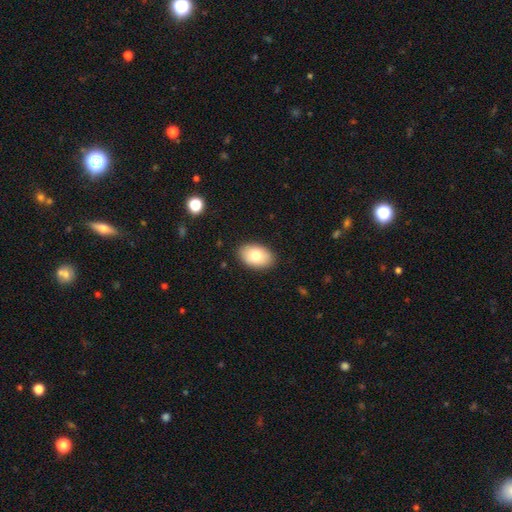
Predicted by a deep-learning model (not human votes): smooth 79%, featured or disk 14%, star or artifact 7%. Down the decision tree: how rounded — in between (90%); merging — none (88%).